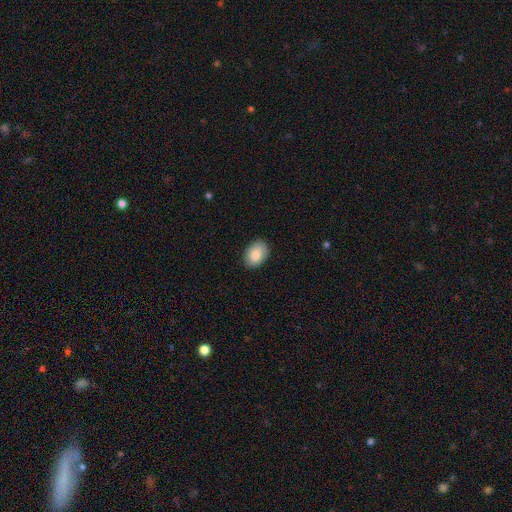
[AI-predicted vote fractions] smooth_or_featured: smooth (p=0.84) [alt: featured or disk p=0.09]
how_rounded: in between (p=0.86) [alt: round p=0.13]
merging: none (p=0.87) [alt: minor disturbance p=0.10]